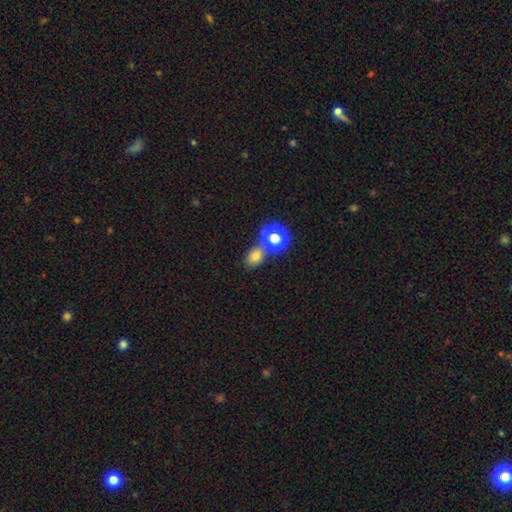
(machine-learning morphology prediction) The model was most divided on "how rounded": in between: 66%, round: 32%, cigar-shaped: 1%. More confident: merging — none (65%); smooth or featured — smooth (63%).